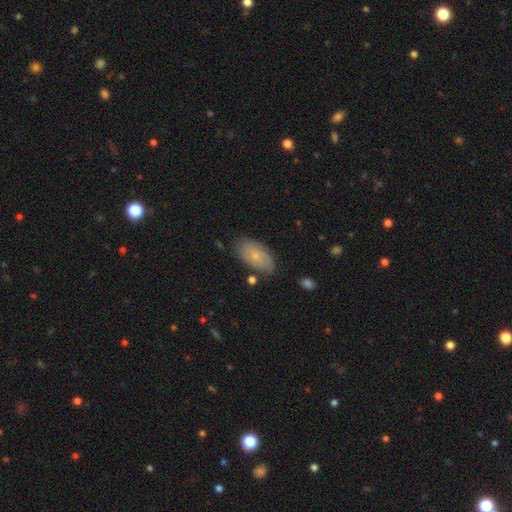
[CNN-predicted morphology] This is likely a smooth galaxy (65%). How rounded: clearly in between (94%). Merging: likely none (74%).